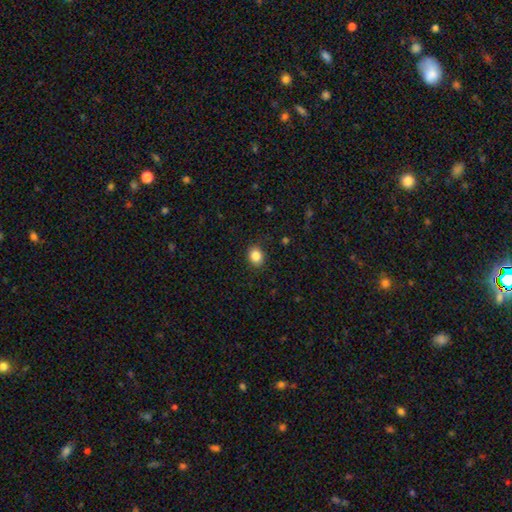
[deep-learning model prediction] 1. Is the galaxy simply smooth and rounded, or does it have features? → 85% smooth, 10% star or artifact, 5% featured or disk.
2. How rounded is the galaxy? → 53% round, 46% in between, 1% cigar-shaped.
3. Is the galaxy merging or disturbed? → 89% none, 8% minor disturbance, 2% major disturbance, 1% merger.